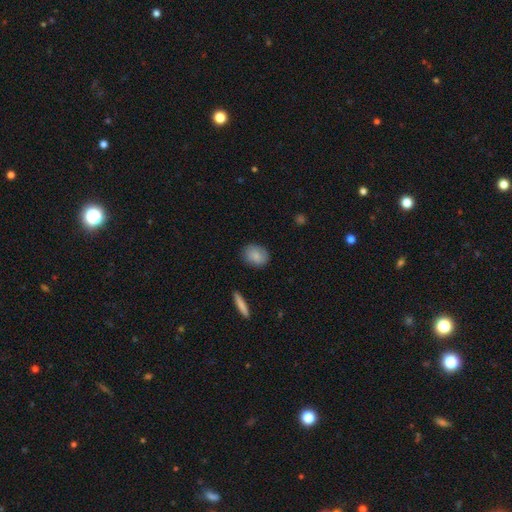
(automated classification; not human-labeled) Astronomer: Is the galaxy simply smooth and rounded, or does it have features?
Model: smooth — 85%.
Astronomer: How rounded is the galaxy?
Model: in between — 50% (runner-up: round, 48%).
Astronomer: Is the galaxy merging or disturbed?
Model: none — 84%.